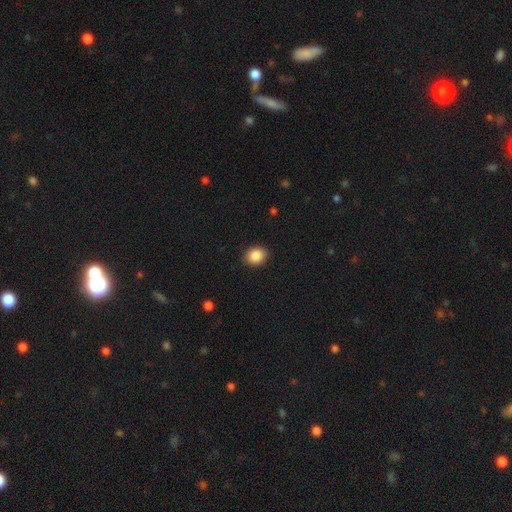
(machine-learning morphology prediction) Smooth or featured: smooth — 88% (star or artifact — 9%)
How rounded: round — 58% (in between — 41%)
Merging: none — 90% (minor disturbance — 7%)